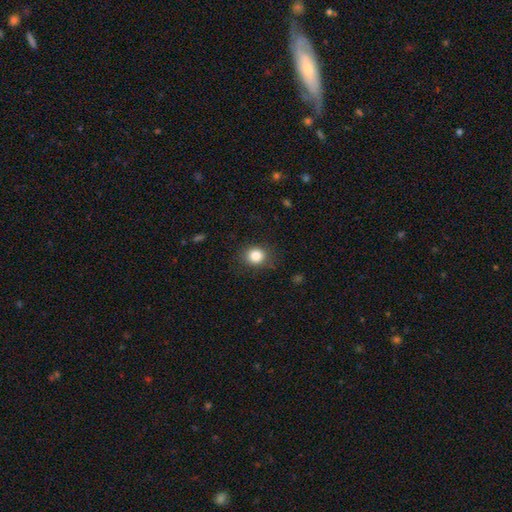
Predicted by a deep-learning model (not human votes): Overall: smooth (84%). How rounded: round (78%). Merging: none (84%).